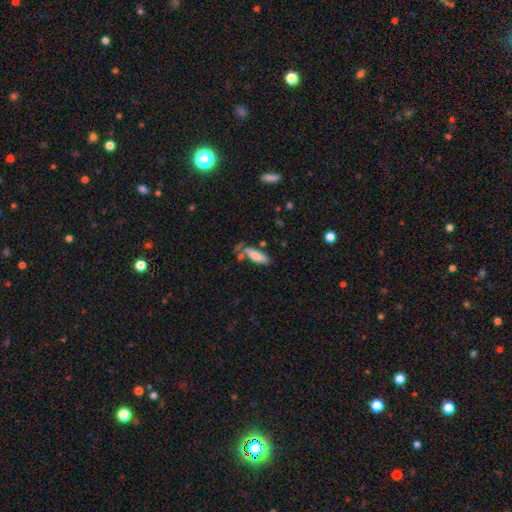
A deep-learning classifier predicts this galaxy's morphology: A smooth galaxy with no disk features (76%) that is in between round and cigar-shaped (60%).

Vote fractions:
- Smooth or featured? smooth: 76% / featured or disk: 17% / star or artifact: 7%
- How rounded? in between: 60% / cigar-shaped: 39% / round: 2%
- Merging? none: 57% / minor disturbance: 21% / merger: 14% / major disturbance: 8%